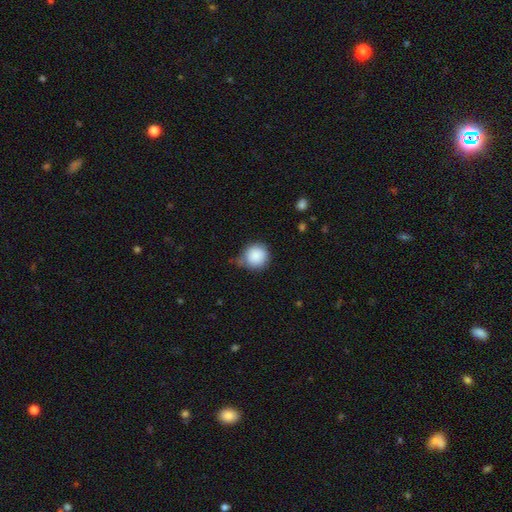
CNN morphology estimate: Q: Smooth or featured?
A: smooth (87%); runner-up: star or artifact (8%)
Q: How rounded?
A: round (92%); runner-up: in between (8%)
Q: Merging?
A: none (52%); runner-up: minor disturbance (35%)